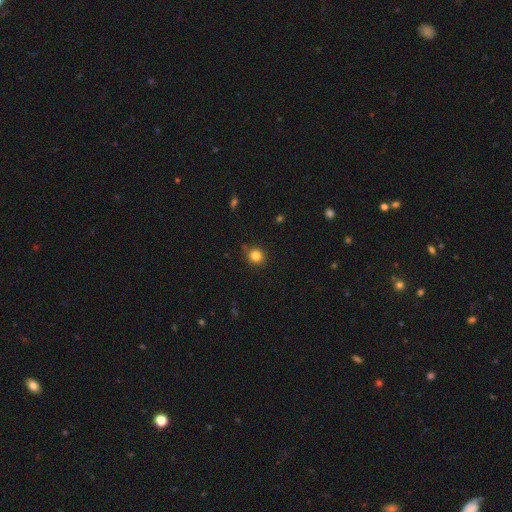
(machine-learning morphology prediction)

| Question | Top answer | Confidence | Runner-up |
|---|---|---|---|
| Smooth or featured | smooth | 82% | star or artifact (12%) |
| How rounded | round | 88% | in between (11%) |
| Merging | none | 84% | minor disturbance (11%) |